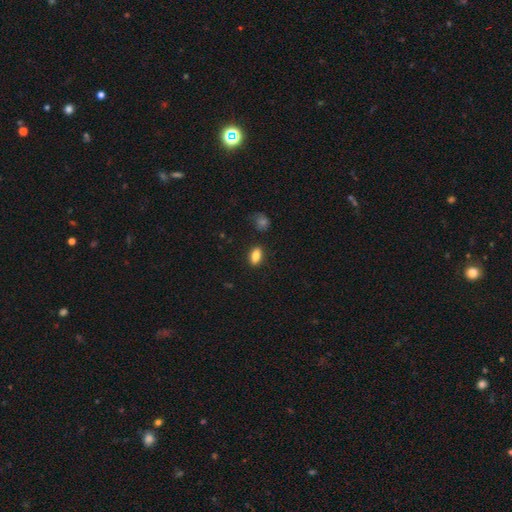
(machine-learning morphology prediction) This is clearly a smooth galaxy (82%). How rounded: clearly in between (86%). Merging: clearly none (86%).